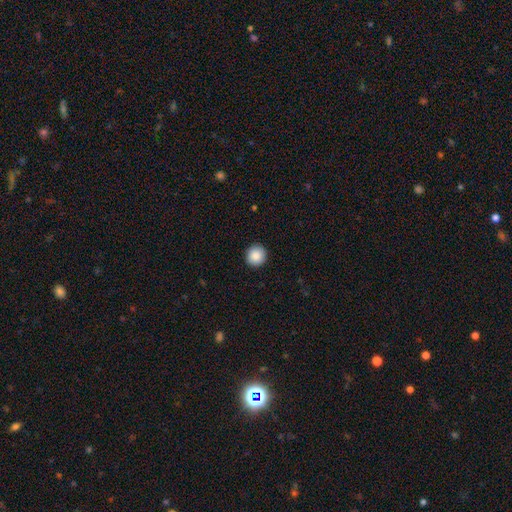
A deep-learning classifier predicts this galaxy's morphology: Smooth or featured? Predicted: smooth (p=0.88). How rounded? Predicted: round (p=0.94). Merging? Predicted: none (p=0.93).